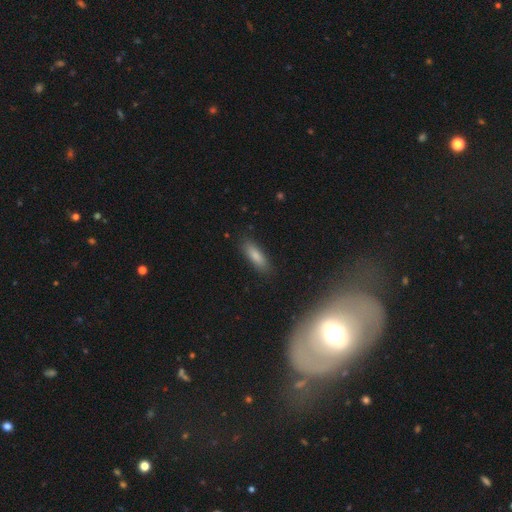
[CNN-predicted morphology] This is clearly a smooth galaxy (83%). How rounded: possibly in between (51%). Merging: clearly none (86%).